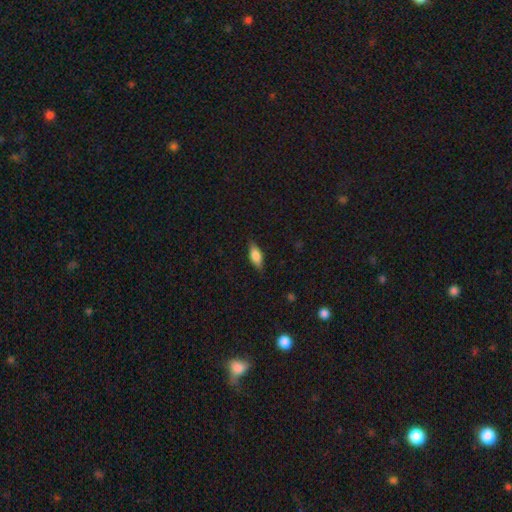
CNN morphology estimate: Smooth or featured? smooth (79%)
How rounded? in between (76%)
Merging? none (83%)